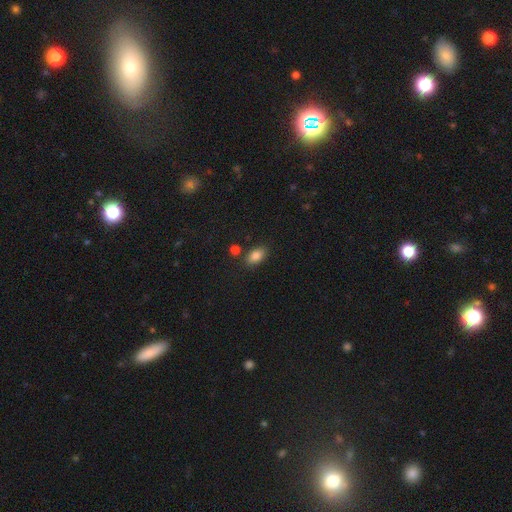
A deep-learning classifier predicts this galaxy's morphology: The model was most divided on "merging": none: 79%, minor disturbance: 11%, merger: 7%, major disturbance: 3%. More confident: how rounded — in between (89%); smooth or featured — smooth (84%).